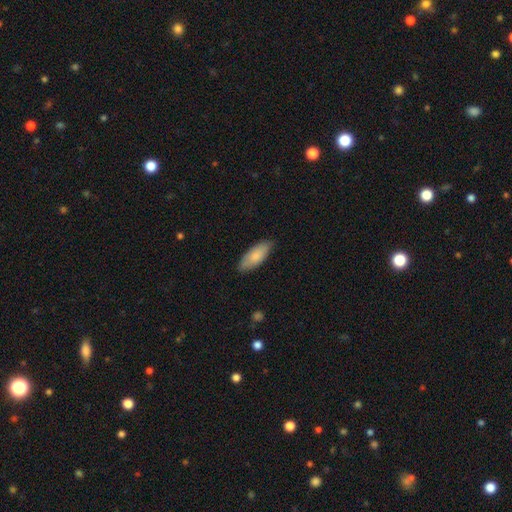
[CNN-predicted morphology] type=smooth (81%); roundness=in between (81%); merging=none (81%).